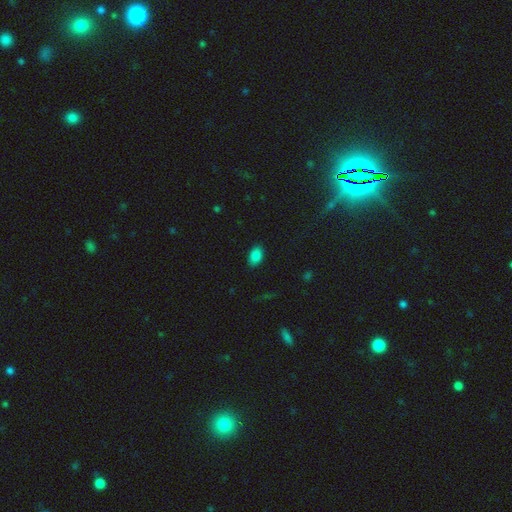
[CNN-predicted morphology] Smooth or featured?
  - smooth: 86% *
  - star or artifact: 10%
  - featured or disk: 4%
How rounded?
  - in between: 90% *
  - round: 9%
  - cigar-shaped: 1%
Merging?
  - none: 88% *
  - minor disturbance: 9%
  - major disturbance: 2%
  - merger: 1%